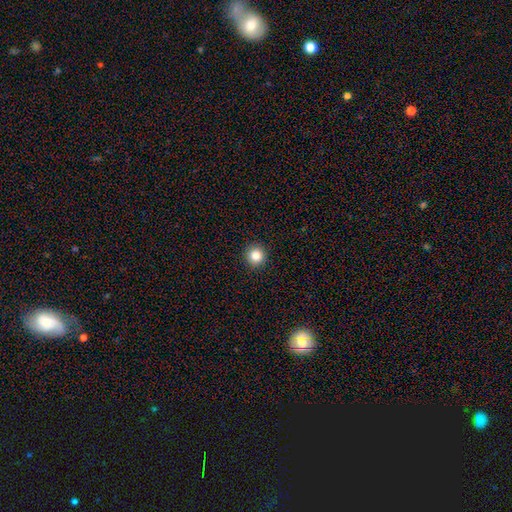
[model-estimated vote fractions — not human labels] Overall: smooth (85%). How rounded: round (95%). Merging: none (93%).